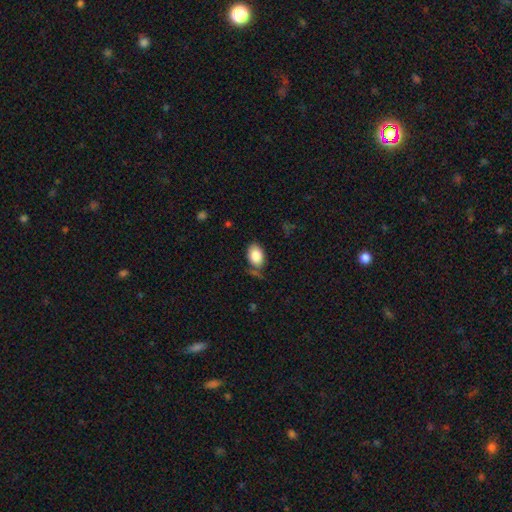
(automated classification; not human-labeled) Overall: smooth (84%). How rounded: in between (86%). Merging: none (66%).